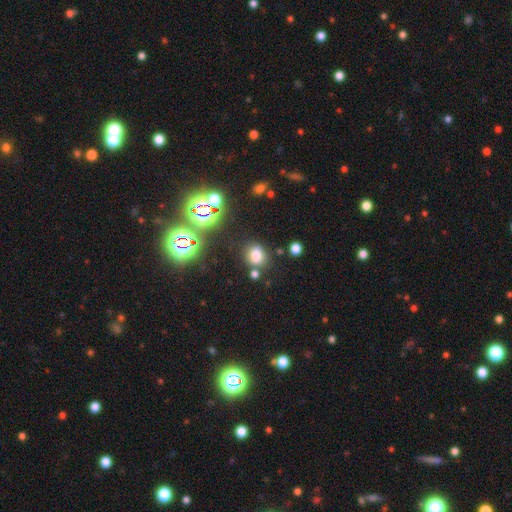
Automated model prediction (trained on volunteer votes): Overall: smooth (71%). How rounded: round (58%; in between 41%). Merging: none (74%).